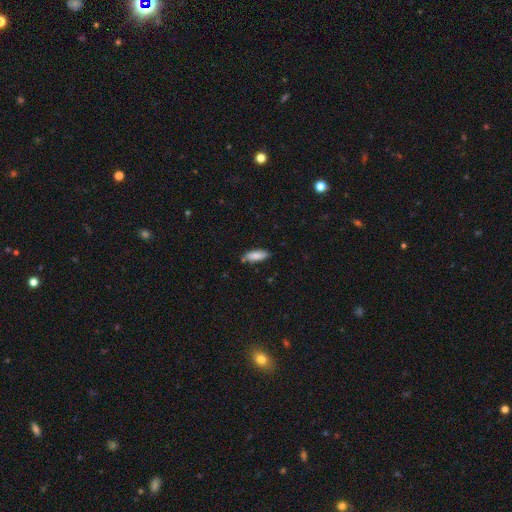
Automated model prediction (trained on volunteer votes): A smooth galaxy with no disk features (84%) that is in between round and cigar-shaped (67%). Merging: none (80%).